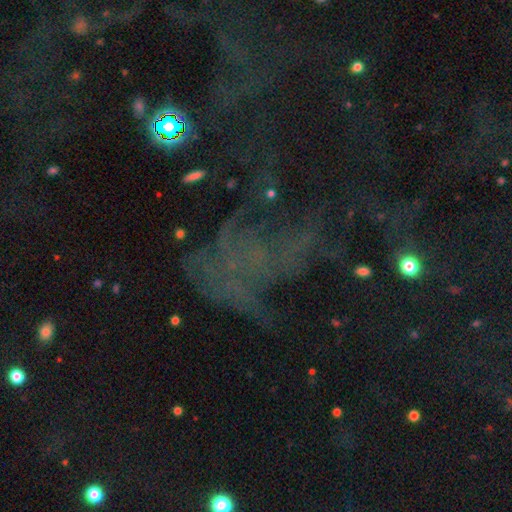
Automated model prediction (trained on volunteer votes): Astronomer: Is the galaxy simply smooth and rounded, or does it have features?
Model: star or artifact — 58%.